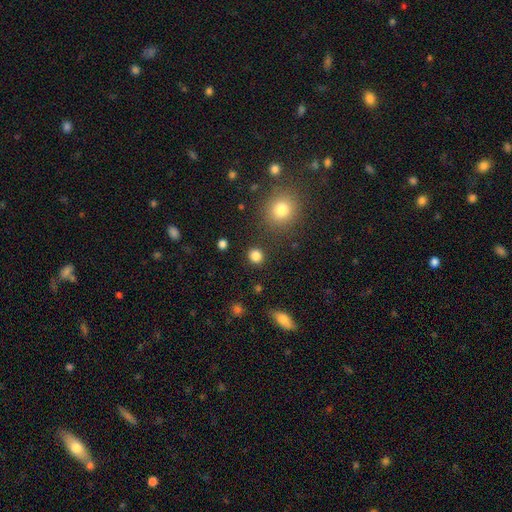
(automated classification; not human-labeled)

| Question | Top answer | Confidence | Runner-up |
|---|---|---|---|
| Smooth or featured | smooth | 84% | star or artifact (12%) |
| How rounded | round | 84% | in between (15%) |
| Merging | none | 89% | minor disturbance (6%) |